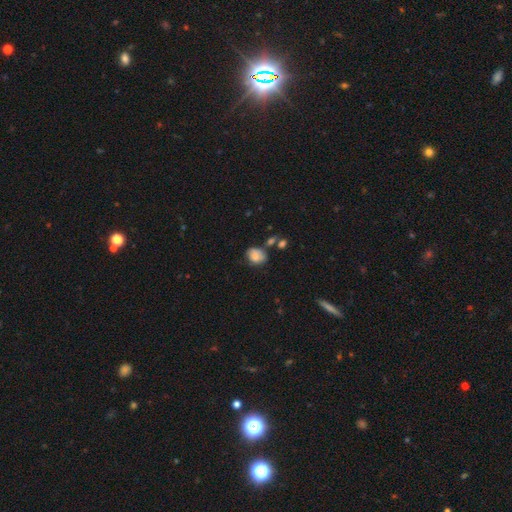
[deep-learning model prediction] Overall: smooth (78%). How rounded: in between (56%; round 43%). Merging: none (52%; minor disturbance 28%).